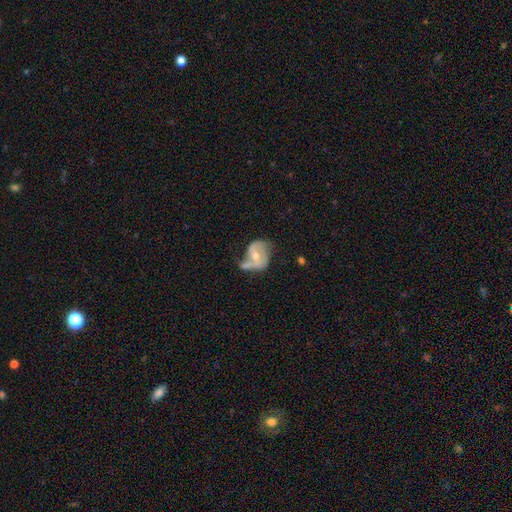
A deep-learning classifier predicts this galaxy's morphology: Overall: featured or disk (69%). Edge-on disk: no (97%). Bar: no (45%; weak 39%). Spiral arms: yes (79%). Spiral arm count: 2 (71%). Spiral winding: loose (44%; medium 40%). Bulge size: moderate (59%; small 36%). Merging: none (31%; minor disturbance 26%).